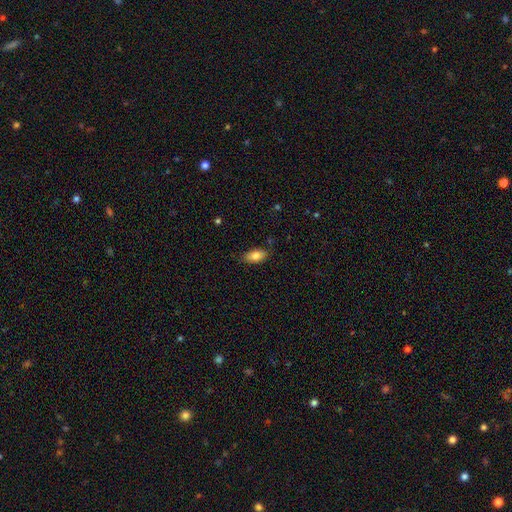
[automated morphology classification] Q: Smooth or featured?
A: smooth (80%); runner-up: featured or disk (12%)
Q: How rounded?
A: in between (90%); runner-up: cigar-shaped (6%)
Q: Merging?
A: none (83%); runner-up: minor disturbance (14%)